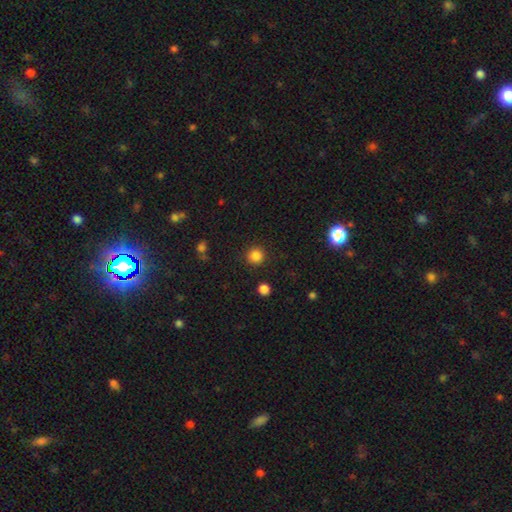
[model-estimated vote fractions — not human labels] Morphology: type=smooth (84%); roundness=round (93%); merging=none (89%).